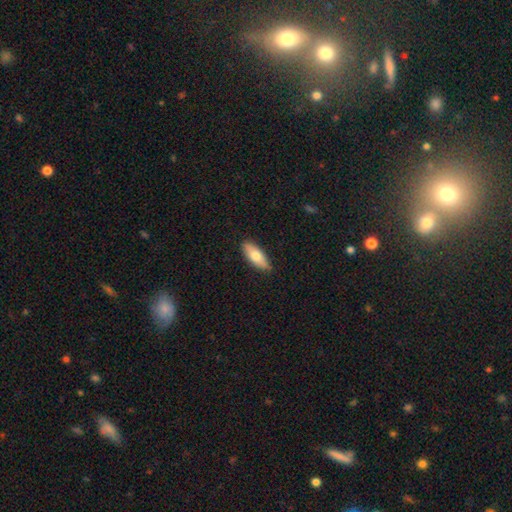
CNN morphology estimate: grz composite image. It shows a smooth galaxy with no disk features (74%) that is in between round and cigar-shaped (73%). Merging: none (85%).